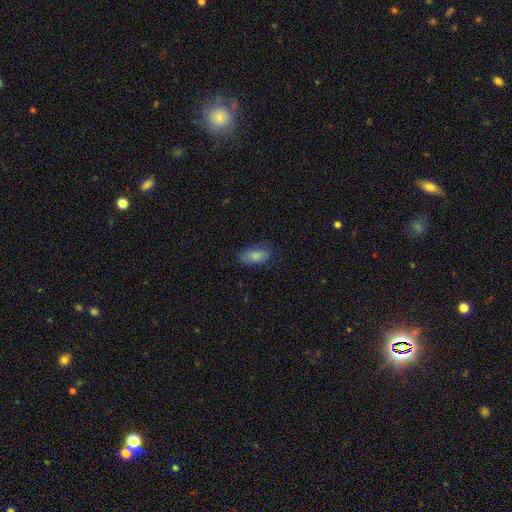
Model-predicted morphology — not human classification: The model was most divided on "merging": none: 77%, minor disturbance: 17%, major disturbance: 4%, merger: 1%. More confident: how rounded — in between (90%); smooth or featured — smooth (85%).